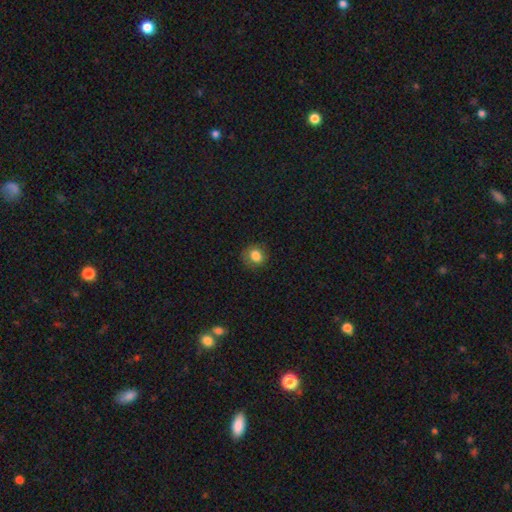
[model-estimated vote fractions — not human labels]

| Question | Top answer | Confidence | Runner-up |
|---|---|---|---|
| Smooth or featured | smooth | 82% | star or artifact (10%) |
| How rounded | round | 70% | in between (29%) |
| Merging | none | 81% | minor disturbance (14%) |